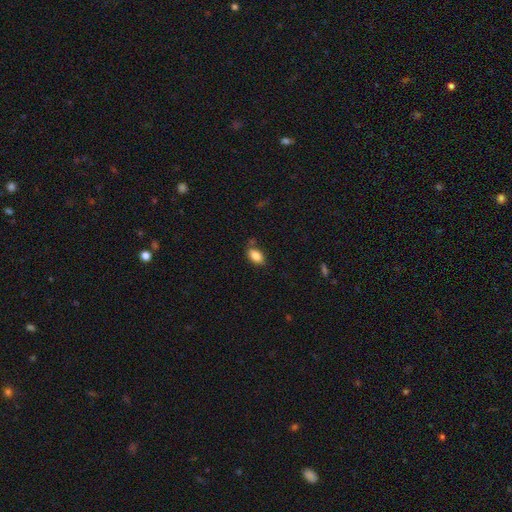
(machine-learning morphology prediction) A smooth galaxy with no disk features (86%) that is in between round and cigar-shaped (91%). Merging: none (75%).